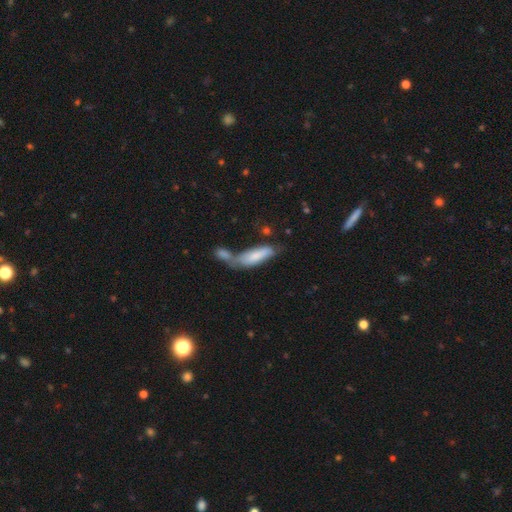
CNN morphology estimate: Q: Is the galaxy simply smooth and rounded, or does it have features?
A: smooth — 76%.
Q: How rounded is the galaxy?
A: in between — 51%.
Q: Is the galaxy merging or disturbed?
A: merger — 49%.